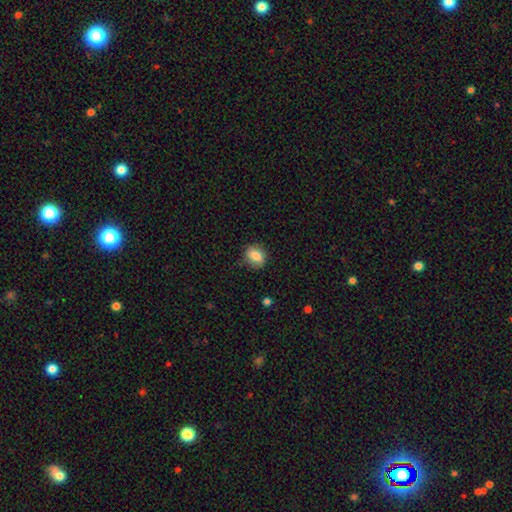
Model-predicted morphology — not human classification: type=smooth (81%); roundness=round (50%); merging=none (83%).